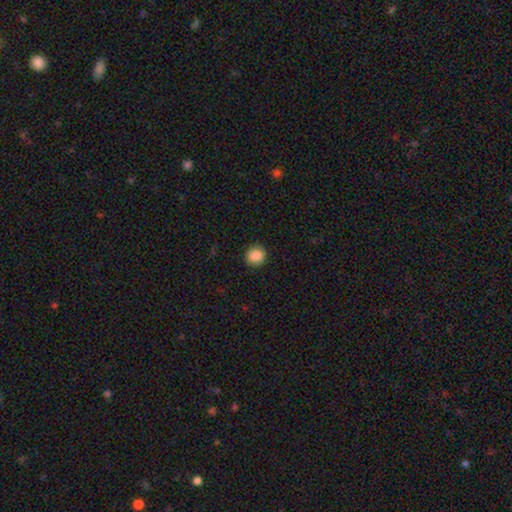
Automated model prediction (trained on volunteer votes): A smooth galaxy with no disk features (87%) that is round (91%).

Vote fractions:
- Smooth or featured? smooth: 87% / star or artifact: 9% / featured or disk: 4%
- How rounded? round: 91% / in between: 8% / cigar-shaped: 1%
- Merging? none: 91% / minor disturbance: 6% / major disturbance: 2% / merger: 1%